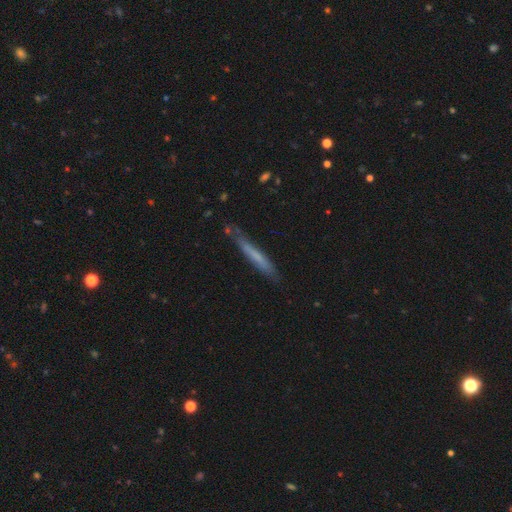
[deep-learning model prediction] A smooth galaxy with no disk features (56%) that is cigar-shaped (95%). Merging: none (73%).